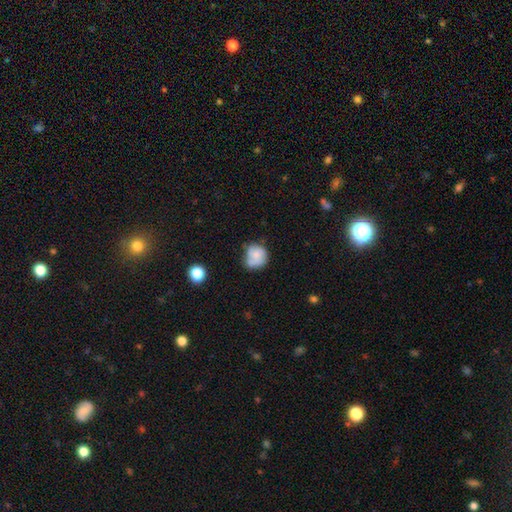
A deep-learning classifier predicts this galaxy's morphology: Q: Smooth or featured?
A: smooth (64%); runner-up: featured or disk (28%)
Q: How rounded?
A: round (74%); runner-up: in between (25%)
Q: Merging?
A: none (42%); runner-up: minor disturbance (30%)